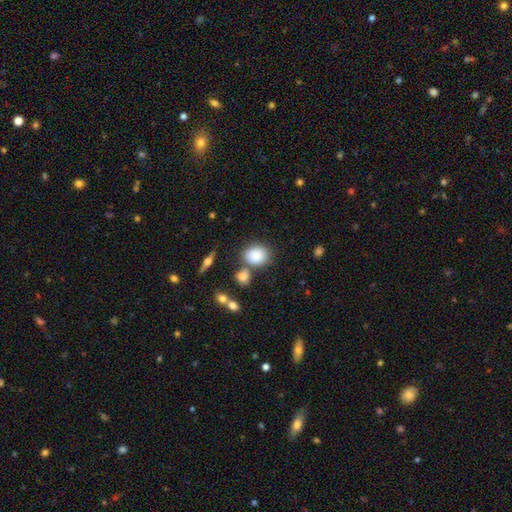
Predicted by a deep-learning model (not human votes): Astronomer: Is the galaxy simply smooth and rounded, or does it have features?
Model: smooth — 84%.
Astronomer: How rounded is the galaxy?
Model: in between — 50% (runner-up: round, 48%).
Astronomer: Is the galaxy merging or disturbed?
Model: none — 65%.